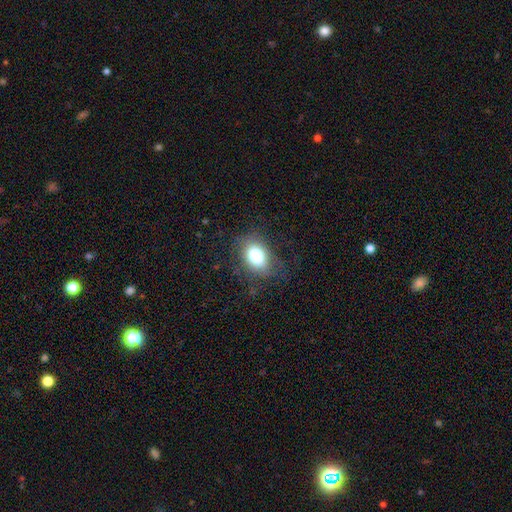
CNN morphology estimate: Smooth or featured: smooth — 79% (featured or disk — 12%)
How rounded: in between — 76% (round — 22%)
Merging: none — 72% (minor disturbance — 18%)